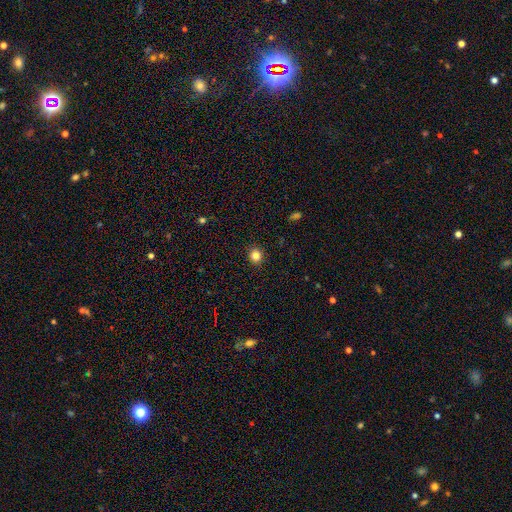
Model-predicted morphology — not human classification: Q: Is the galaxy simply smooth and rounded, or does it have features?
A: smooth — 83%.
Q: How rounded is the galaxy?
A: round — 87%.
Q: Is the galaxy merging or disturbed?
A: none — 92%.